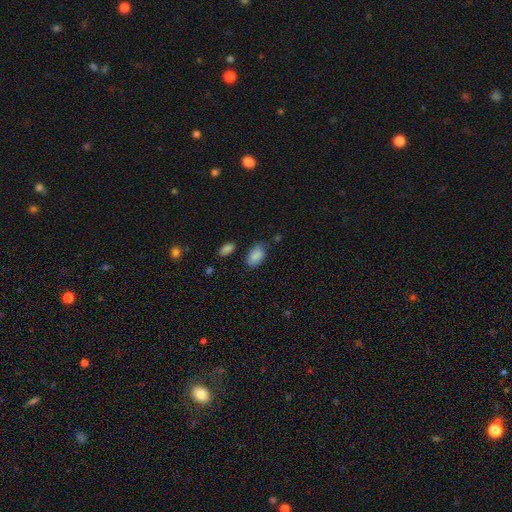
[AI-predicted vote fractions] Smooth or featured? Predicted: smooth (p=0.88). How rounded? Predicted: in between (p=0.92). Merging? Predicted: none (p=0.74).